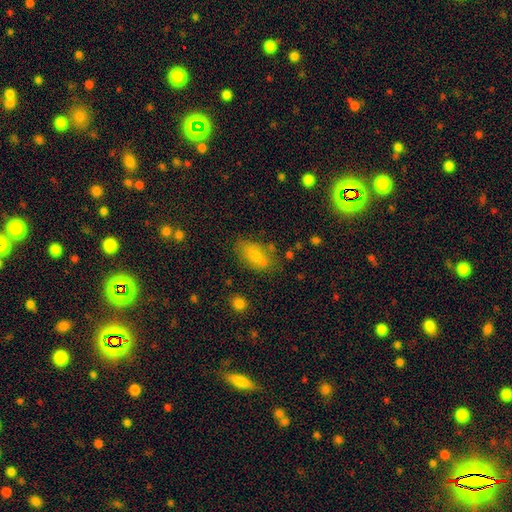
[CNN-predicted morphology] smooth 76%, featured or disk 14%, star or artifact 10%. Down the decision tree: how rounded — in between (88%); merging — none (68%).